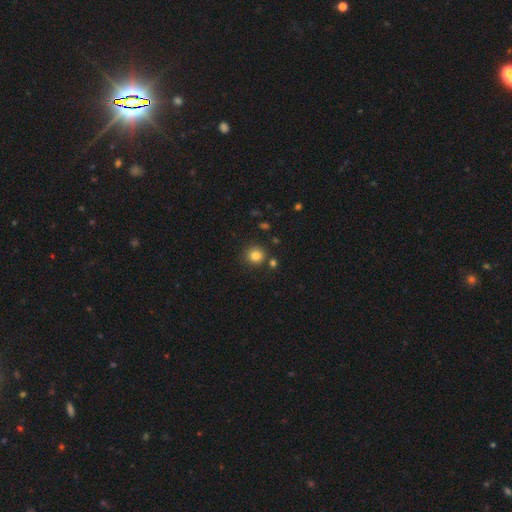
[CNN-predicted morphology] A smooth galaxy with no disk features (83%) that is round (92%). Merging: none (84%).